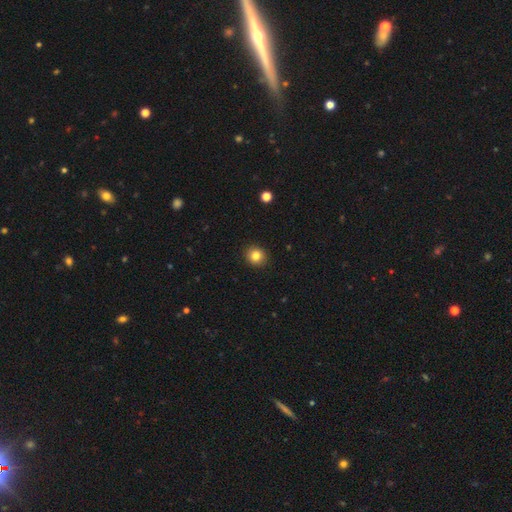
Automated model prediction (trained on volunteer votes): Q: Smooth or featured?
A: smooth (84%); runner-up: star or artifact (11%)
Q: How rounded?
A: round (87%); runner-up: in between (12%)
Q: Merging?
A: none (92%); runner-up: minor disturbance (5%)